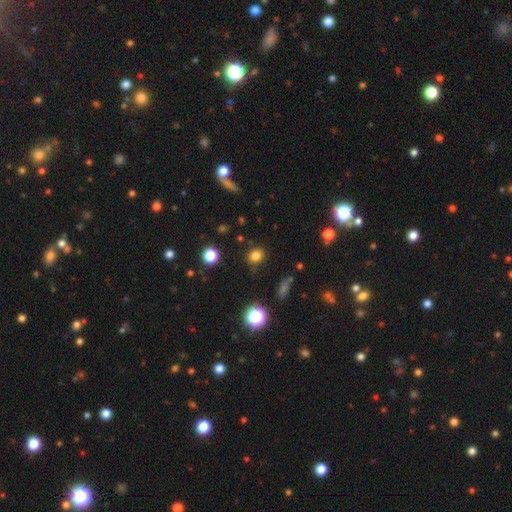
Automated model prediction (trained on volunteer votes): Smooth or featured? smooth (79%)
How rounded? round (67%)
Merging? none (82%)